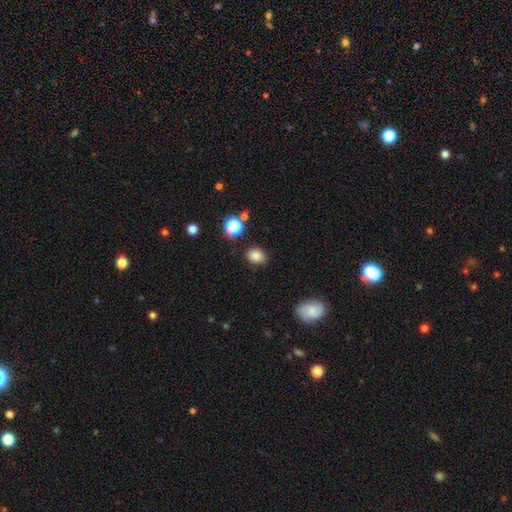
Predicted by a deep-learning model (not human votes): Morphology: type=smooth (83%); roundness=round (51%); merging=none (85%).